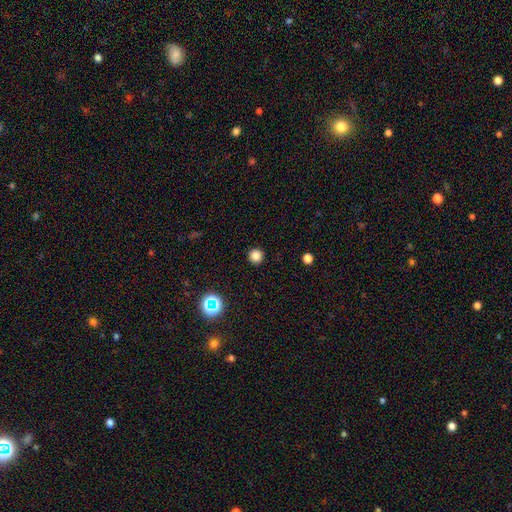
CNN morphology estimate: Smooth or featured?
  - smooth: 82% *
  - star or artifact: 14%
  - featured or disk: 4%
How rounded?
  - round: 96% *
  - in between: 3%
  - cigar-shaped: 1%
Merging?
  - none: 93% *
  - minor disturbance: 5%
  - major disturbance: 2%
  - merger: 1%